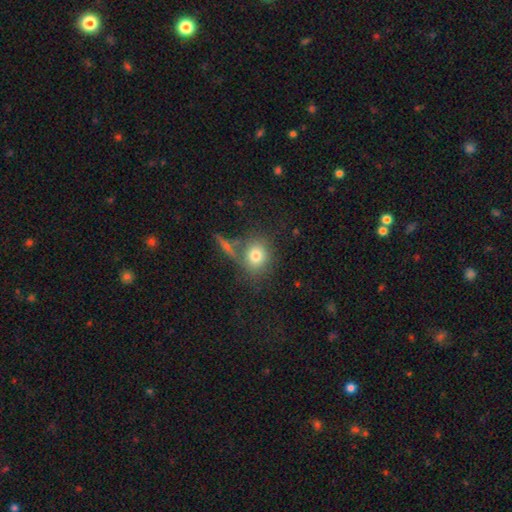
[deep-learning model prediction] Q: Smooth or featured?
A: smooth (76%); runner-up: featured or disk (12%)
Q: How rounded?
A: round (74%); runner-up: in between (24%)
Q: Merging?
A: none (67%); runner-up: merger (14%)